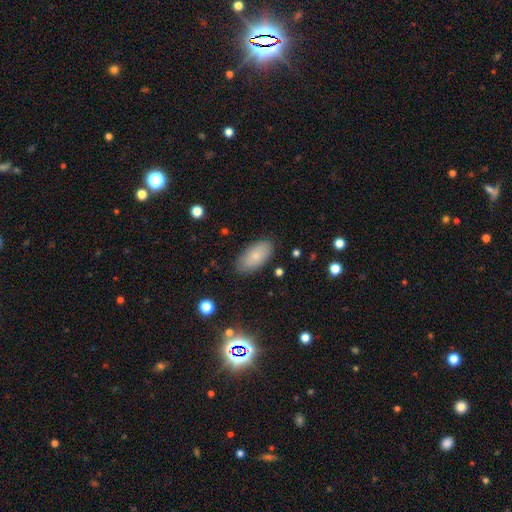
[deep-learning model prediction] This appears to be a smooth galaxy with no disk features (79%) that is in between round and cigar-shaped (93%). Merging: none (86%).